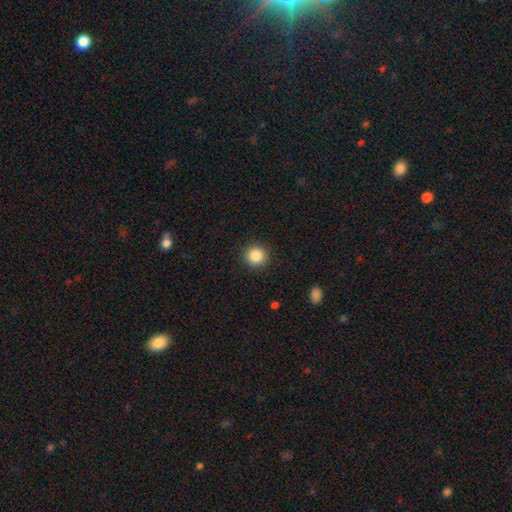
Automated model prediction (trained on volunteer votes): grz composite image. It shows a smooth galaxy with no disk features (85%) that is round (94%). Merging: none (92%).